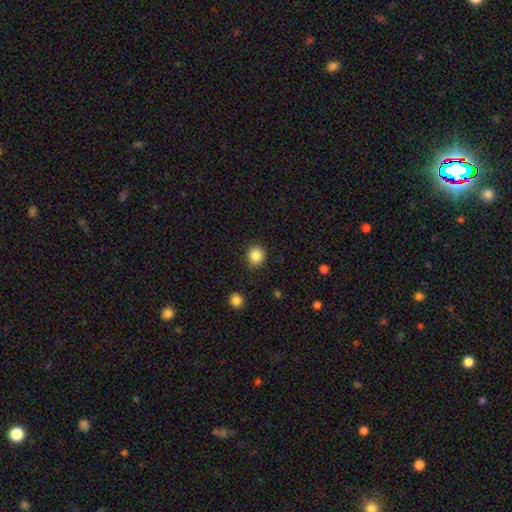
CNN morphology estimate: This is clearly a smooth galaxy (86%). How rounded: clearly round (82%). Merging: clearly none (86%).